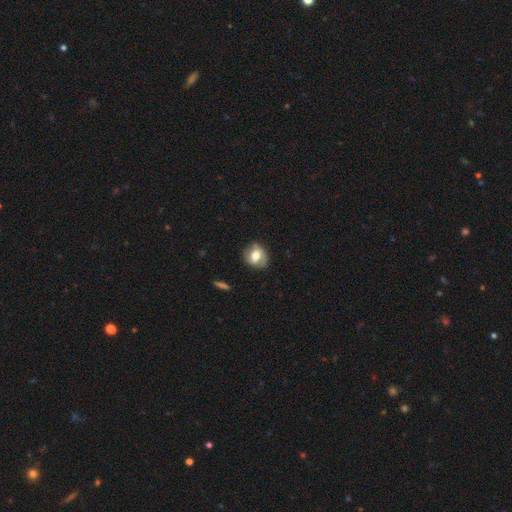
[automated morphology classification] Smooth or featured? Predicted: smooth (p=0.49). Merging? Predicted: none (p=0.71).